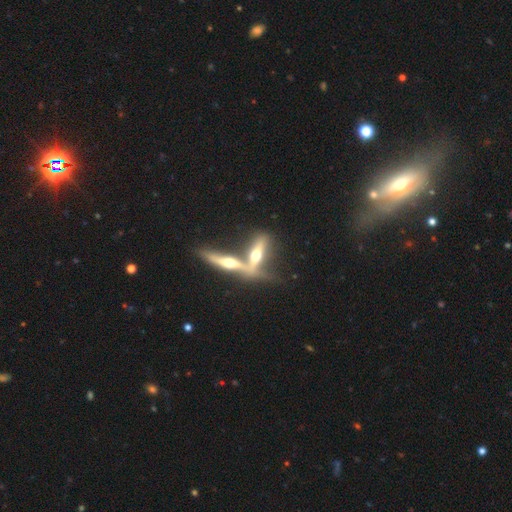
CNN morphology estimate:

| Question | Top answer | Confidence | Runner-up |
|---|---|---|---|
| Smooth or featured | featured or disk | 70% | smooth (23%) |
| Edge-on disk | yes | 89% | no (11%) |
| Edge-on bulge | rounded | 95% | boxy (2%) |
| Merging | merger | 58% | none (30%) |